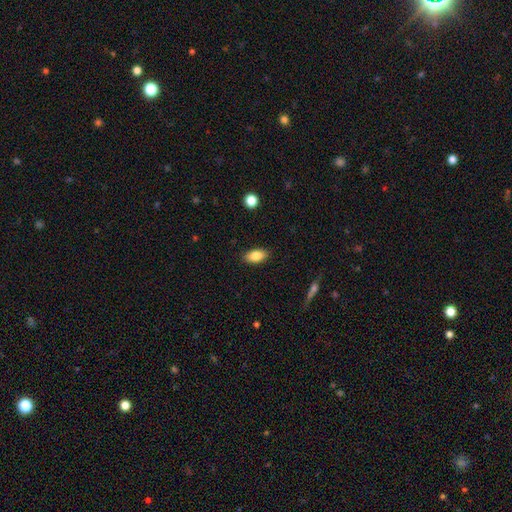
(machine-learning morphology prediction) This is clearly a smooth galaxy (83%). How rounded: clearly in between (89%). Merging: clearly none (88%).